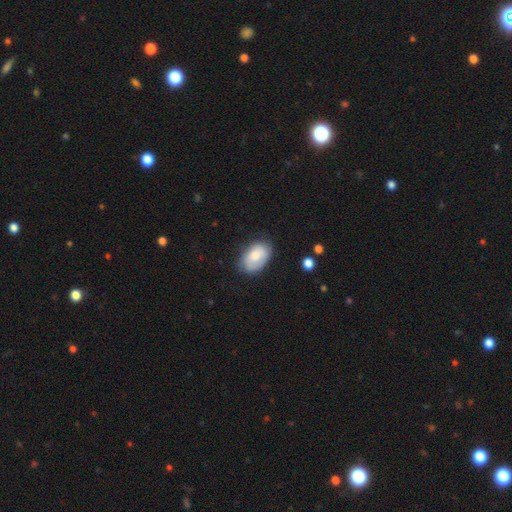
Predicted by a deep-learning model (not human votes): The model was most divided on "merging": none: 71%, minor disturbance: 22%, major disturbance: 5%, merger: 2%. More confident: how rounded — in between (91%); smooth or featured — smooth (78%).